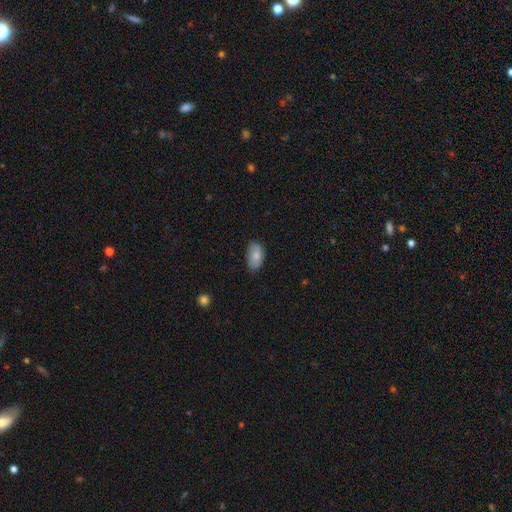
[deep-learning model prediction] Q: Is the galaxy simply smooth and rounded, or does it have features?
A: smooth — 83%.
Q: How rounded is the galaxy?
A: in between — 93%.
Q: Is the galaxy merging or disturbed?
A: none — 80%.